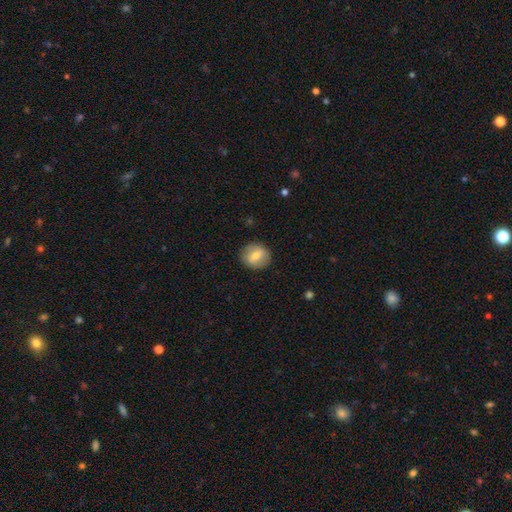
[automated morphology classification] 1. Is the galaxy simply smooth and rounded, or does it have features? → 63% smooth, 29% featured or disk, 7% star or artifact.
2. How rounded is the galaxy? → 78% round, 20% in between, 1% cigar-shaped.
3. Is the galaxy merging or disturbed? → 87% none, 9% minor disturbance, 3% major disturbance, 1% merger.